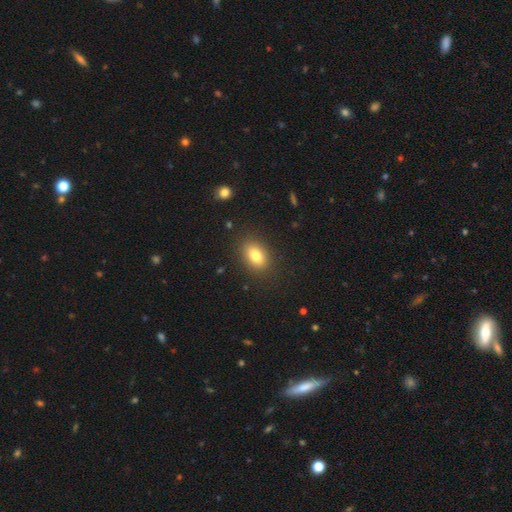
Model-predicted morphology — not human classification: Smooth or featured: smooth — 81% (featured or disk — 10%)
How rounded: in between — 84% (round — 14%)
Merging: none — 86% (minor disturbance — 9%)